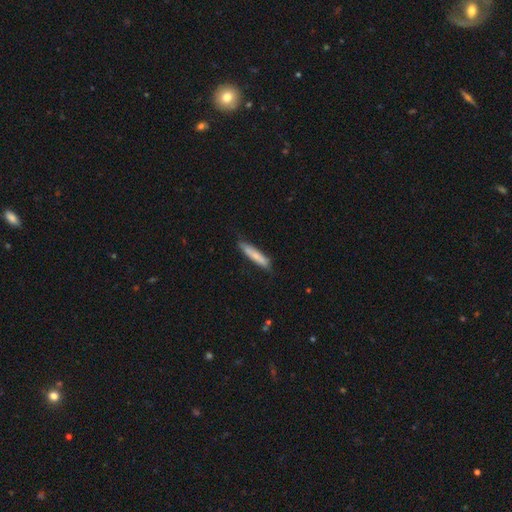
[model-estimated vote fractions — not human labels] Smooth or featured?
  - smooth: 73% *
  - featured or disk: 21%
  - star or artifact: 6%
How rounded?
  - cigar-shaped: 89% *
  - in between: 10%
  - round: 1%
Merging?
  - none: 81% *
  - minor disturbance: 15%
  - major disturbance: 2%
  - merger: 1%